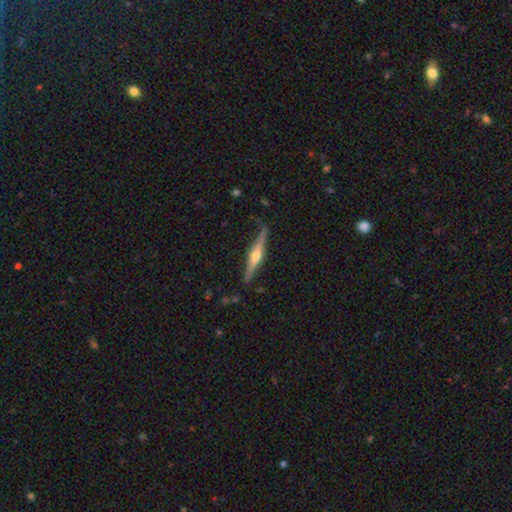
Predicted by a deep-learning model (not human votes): This is likely a featured or disk galaxy (79%). It is clearly viewed edge-on (98%). Edge-on bulge: clearly rounded (93%). Merging: clearly none (83%).